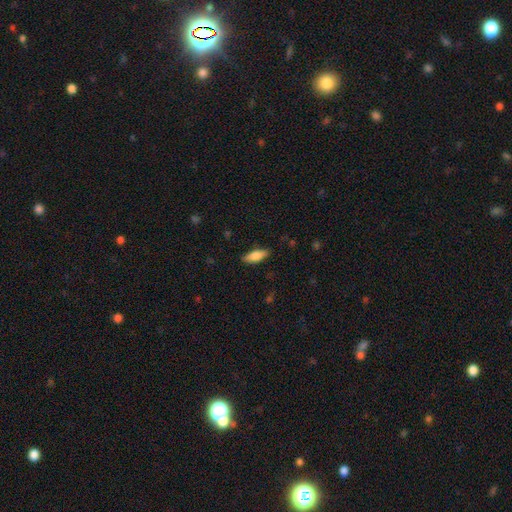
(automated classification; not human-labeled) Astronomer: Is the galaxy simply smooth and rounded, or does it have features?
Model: smooth — 81%.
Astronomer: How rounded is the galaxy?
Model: in between — 70%.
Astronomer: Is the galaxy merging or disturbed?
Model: none — 85%.